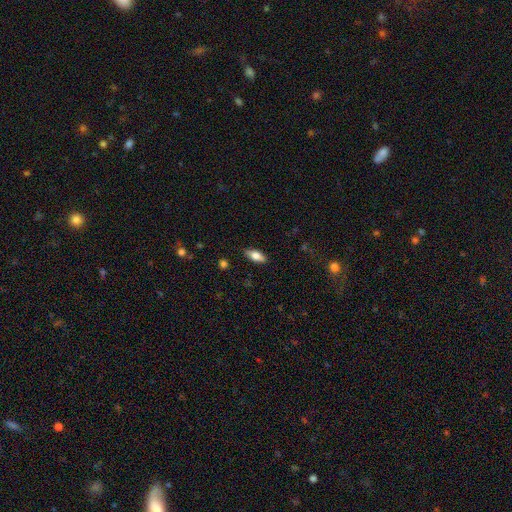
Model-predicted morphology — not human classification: Smooth or featured?
  - smooth: 68% *
  - featured or disk: 25%
  - star or artifact: 7%
How rounded?
  - in between: 80% *
  - cigar-shaped: 16%
  - round: 3%
Merging?
  - none: 86% *
  - minor disturbance: 10%
  - major disturbance: 2%
  - merger: 1%